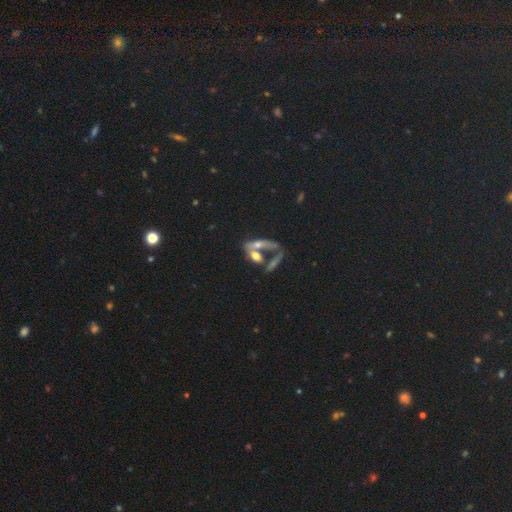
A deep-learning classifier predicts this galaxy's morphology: Overall: smooth (49%; featured or disk 38%). Merging: merger (54%; none 26%).